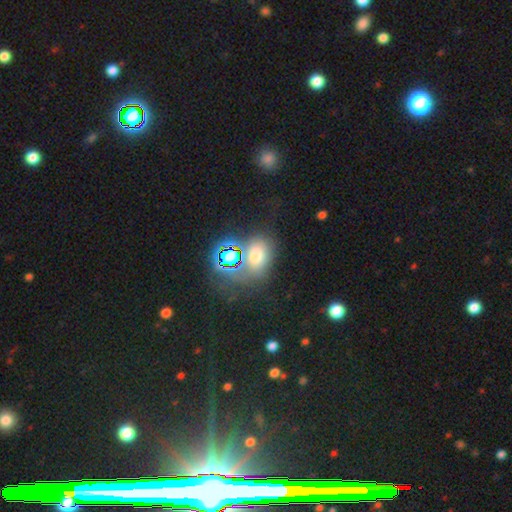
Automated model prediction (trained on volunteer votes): Smooth or featured?
  - smooth: 59% *
  - star or artifact: 30%
  - featured or disk: 11%
How rounded?
  - in between: 60% *
  - round: 38%
  - cigar-shaped: 2%
Merging?
  - none: 60% *
  - minor disturbance: 16%
  - merger: 13%
  - major disturbance: 10%